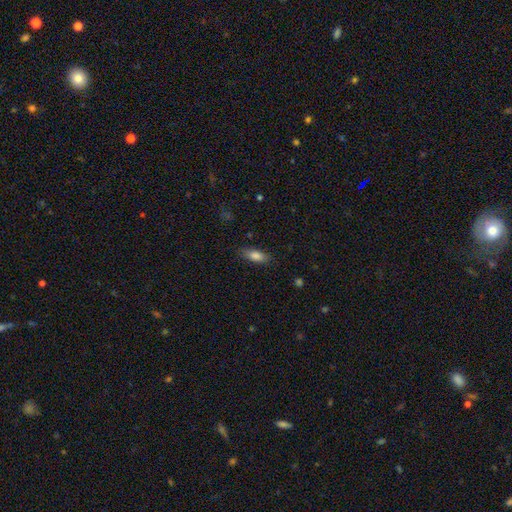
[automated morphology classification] Q: Smooth or featured?
A: smooth (82%); runner-up: featured or disk (10%)
Q: How rounded?
A: in between (74%); runner-up: cigar-shaped (23%)
Q: Merging?
A: none (83%); runner-up: minor disturbance (12%)